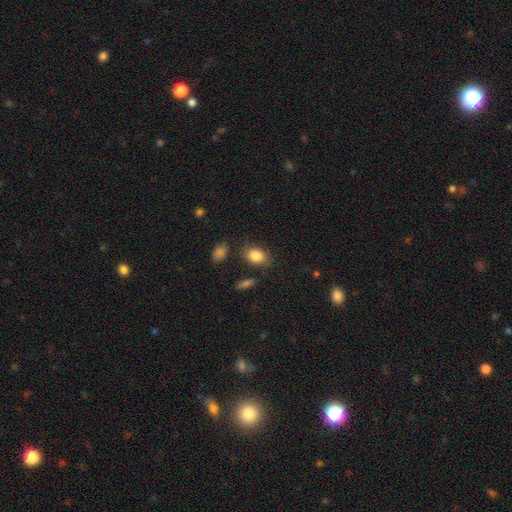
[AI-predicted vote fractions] smooth-or-featured: smooth: 85% | star or artifact: 8% | featured or disk: 7%
  how-rounded: in between: 72% | round: 26% | cigar-shaped: 1%
  merging: none: 79% | minor disturbance: 14% | major disturbance: 4% | merger: 4%